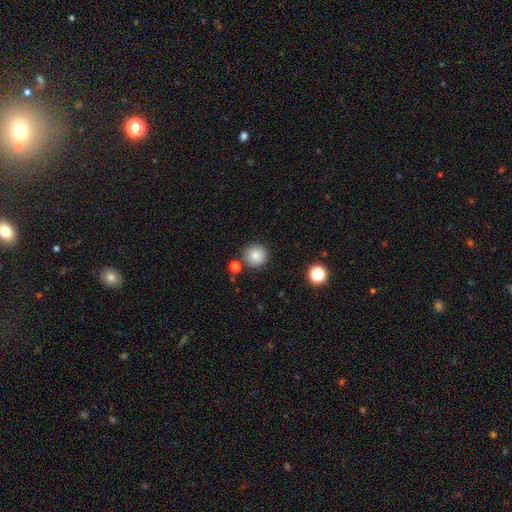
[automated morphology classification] type=smooth (84%); roundness=round (94%); merging=none (85%).